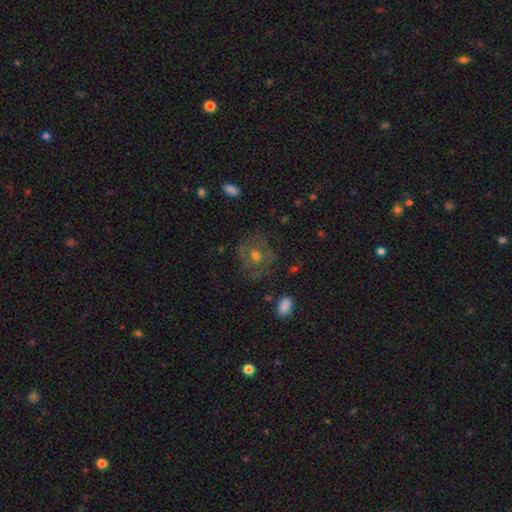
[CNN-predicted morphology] Overall: featured or disk (47%; smooth 40%). Merging: none (72%).